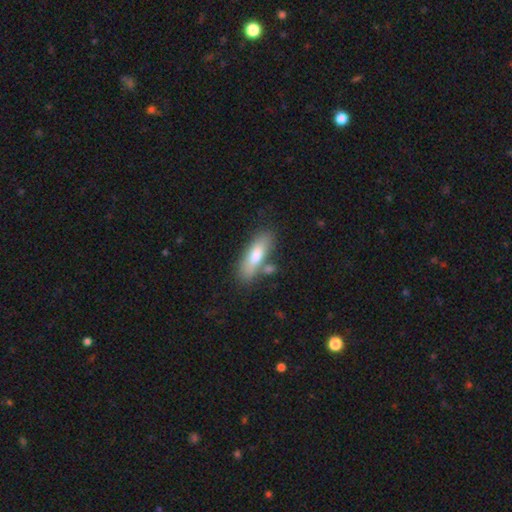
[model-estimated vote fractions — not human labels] Smooth or featured: smooth — 73% (featured or disk — 21%)
How rounded: in between — 55% (cigar-shaped — 43%)
Merging: none — 67% (minor disturbance — 15%)